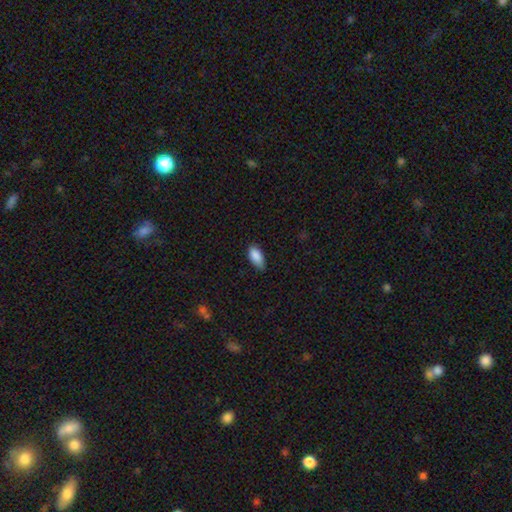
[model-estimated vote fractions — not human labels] This appears to be a smooth galaxy with no disk features (88%) that is in between round and cigar-shaped (91%). Merging: none (66%).